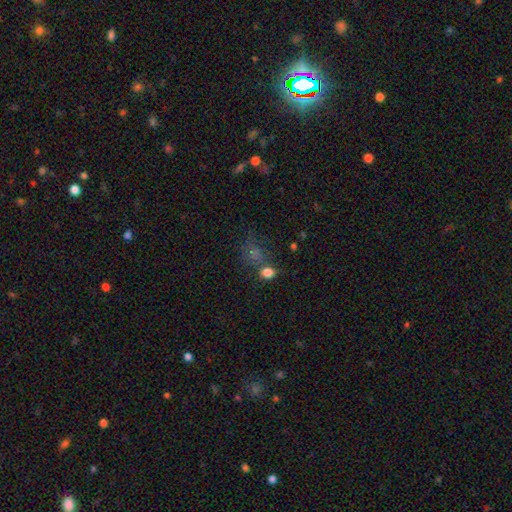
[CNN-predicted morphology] This appears to be a smooth galaxy with no disk features (46%). Merging: none (62%).